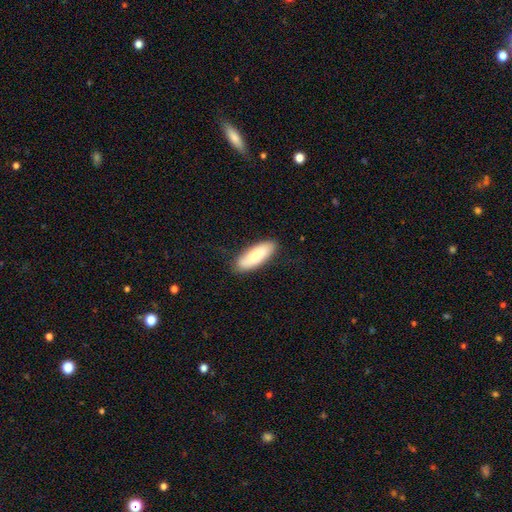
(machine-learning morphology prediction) A smooth galaxy with no disk features (80%) that is in between round and cigar-shaped (65%).

Vote fractions:
- Smooth or featured? smooth: 80% / featured or disk: 14% / star or artifact: 5%
- How rounded? in between: 65% / cigar-shaped: 33% / round: 2%
- Merging? none: 84% / minor disturbance: 13% / major disturbance: 2% / merger: 1%